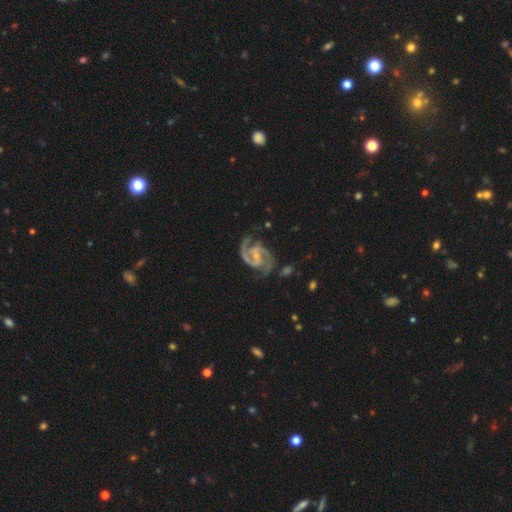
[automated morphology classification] type=featured or disk (94%); edge-on=no (98%); bar=weak (49%); spiral arms=yes (98%); winding=medium (62%); arm count=2 (88%); bulge=small (65%); merging=none (70%).